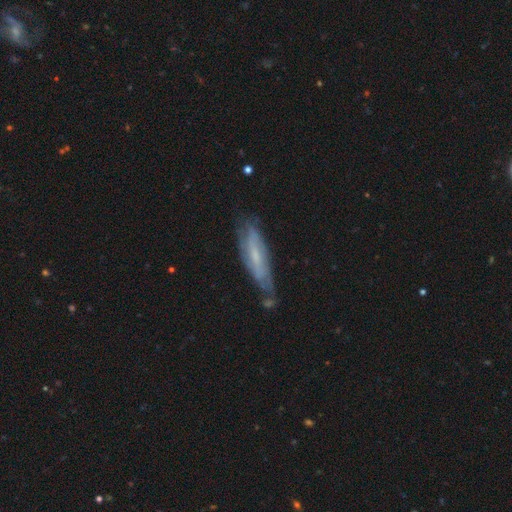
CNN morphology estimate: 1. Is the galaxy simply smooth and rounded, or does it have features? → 58% featured or disk, 34% smooth, 8% star or artifact.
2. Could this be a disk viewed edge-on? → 58% no, 42% yes.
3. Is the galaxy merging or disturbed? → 60% none, 27% minor disturbance, 8% major disturbance, 5% merger.